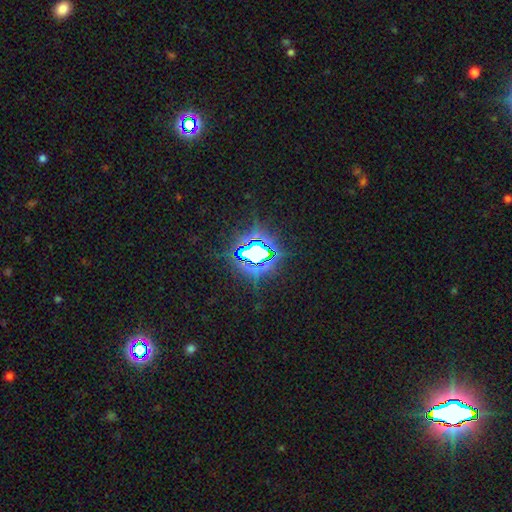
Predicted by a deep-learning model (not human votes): Overall: star or artifact (78%).